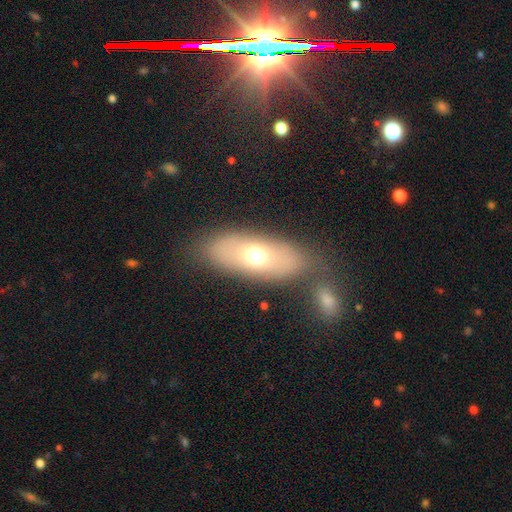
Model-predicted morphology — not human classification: The model was most divided on "smooth or featured": smooth: 64%, featured or disk: 27%, star or artifact: 8%. More confident: how rounded — in between (82%); merging — none (66%).